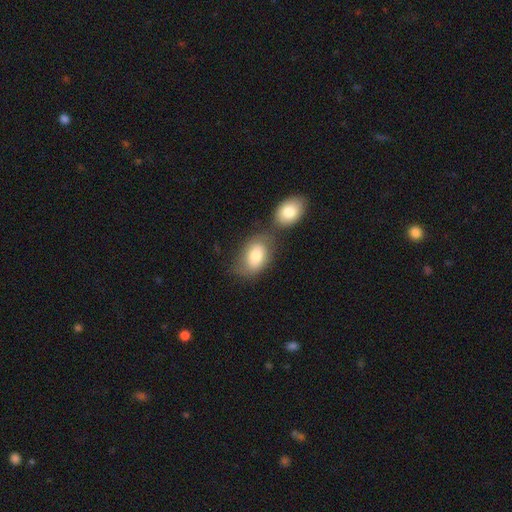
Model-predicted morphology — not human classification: A smooth galaxy with no disk features (77%) that is in between round and cigar-shaped (82%).

Vote fractions:
- Smooth or featured? smooth: 77% / featured or disk: 16% / star or artifact: 7%
- How rounded? in between: 82% / round: 17% / cigar-shaped: 1%
- Merging? none: 40% / merger: 35% / minor disturbance: 17% / major disturbance: 8%